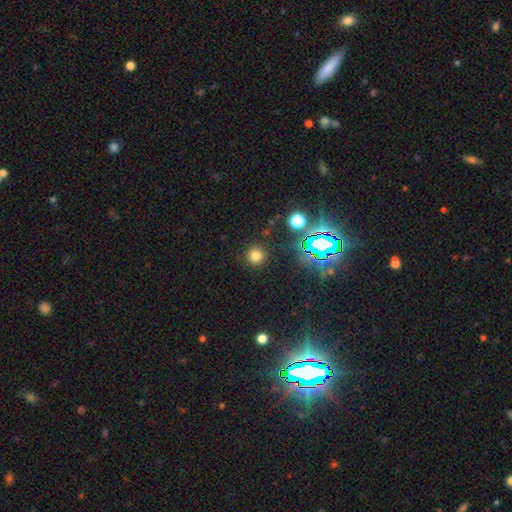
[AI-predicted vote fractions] smooth 73%, star or artifact 21%, featured or disk 6%. Down the decision tree: how rounded — round (94%); merging — none (90%).